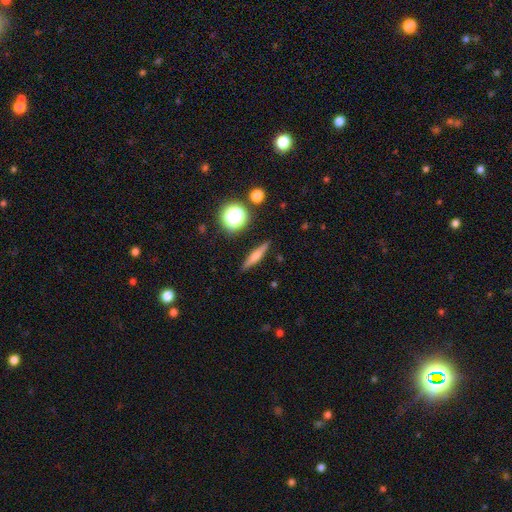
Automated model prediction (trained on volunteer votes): smooth_or_featured: featured or disk (p=0.47) [alt: smooth p=0.43]
merging: none (p=0.89) [alt: minor disturbance p=0.08]